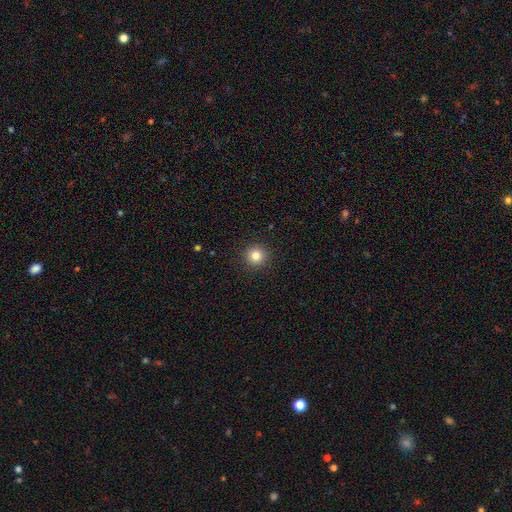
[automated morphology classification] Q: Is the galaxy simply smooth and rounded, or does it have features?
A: smooth — 82%.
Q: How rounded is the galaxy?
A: round — 95%.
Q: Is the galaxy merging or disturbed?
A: none — 92%.